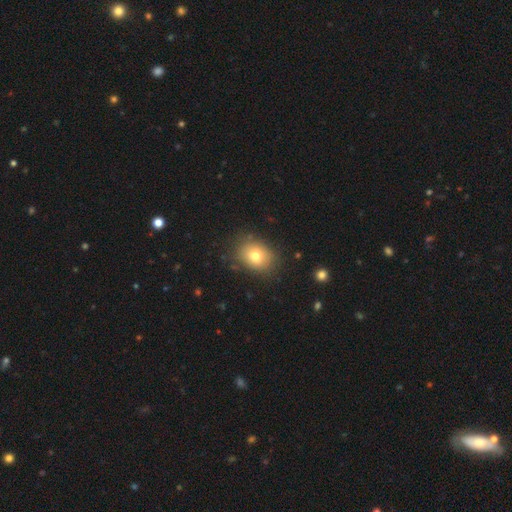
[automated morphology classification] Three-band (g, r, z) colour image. It shows a smooth galaxy with no disk features (77%) that is in between round and cigar-shaped (56%). Merging: none (82%).